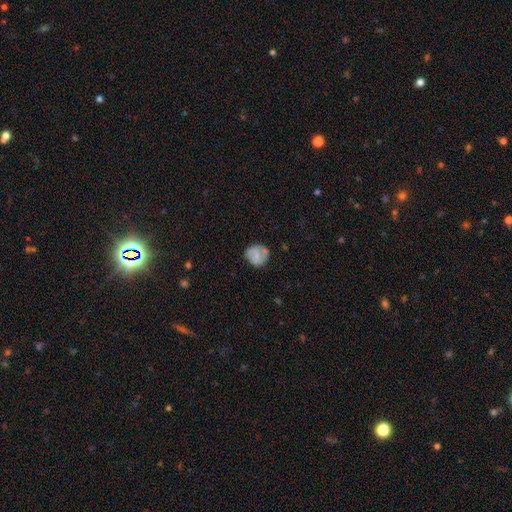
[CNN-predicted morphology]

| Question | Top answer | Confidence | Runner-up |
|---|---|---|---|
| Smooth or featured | smooth | 58% | featured or disk (35%) |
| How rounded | round | 84% | in between (15%) |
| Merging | none | 68% | minor disturbance (22%) |